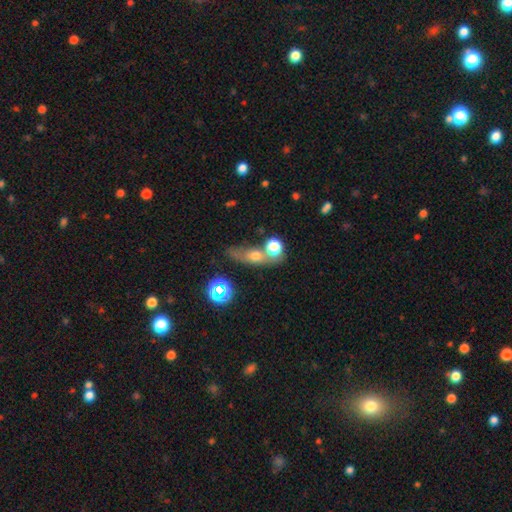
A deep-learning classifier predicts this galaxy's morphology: The model was most divided on "how rounded": in between: 40%, round: 38%, cigar-shaped: 21%. Remaining: smooth or featured — smooth (53%); merging — none (50%).